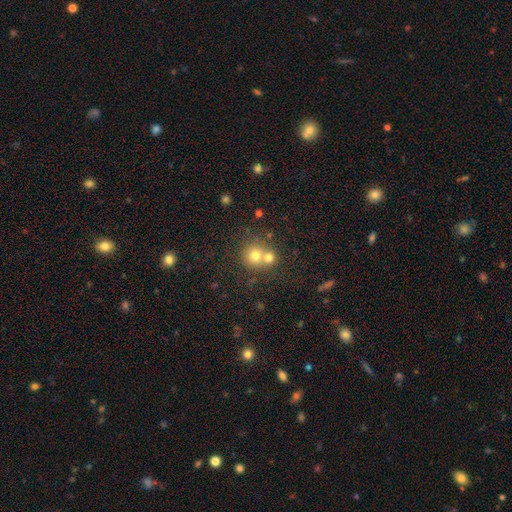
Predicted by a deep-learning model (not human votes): Smooth or featured?
  - smooth: 72% *
  - featured or disk: 14%
  - star or artifact: 14%
How rounded?
  - round: 88% *
  - in between: 11%
  - cigar-shaped: 1%
Merging?
  - merger: 48% *
  - none: 43%
  - minor disturbance: 6%
  - major disturbance: 3%